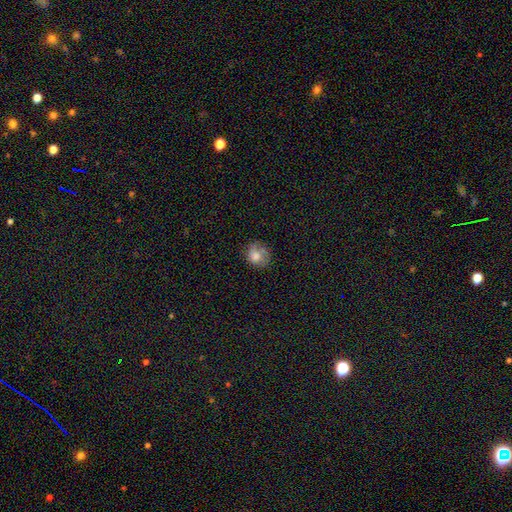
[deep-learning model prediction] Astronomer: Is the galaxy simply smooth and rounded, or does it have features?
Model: smooth — 74%.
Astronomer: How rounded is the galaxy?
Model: round — 72%.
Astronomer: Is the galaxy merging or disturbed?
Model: none — 61%.